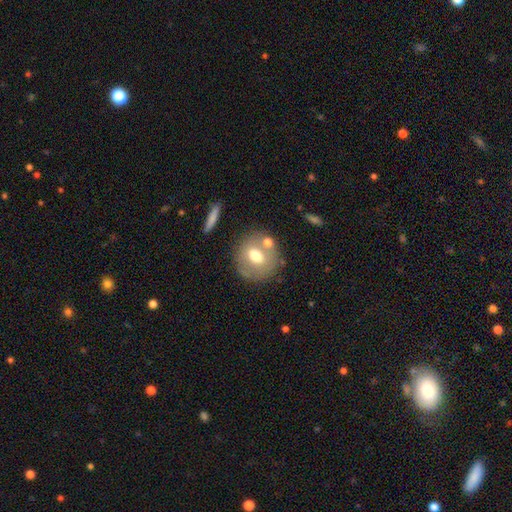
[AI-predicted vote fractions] This is possibly a smooth galaxy (59%). How rounded: likely round (79%). Merging: likely none (69%).